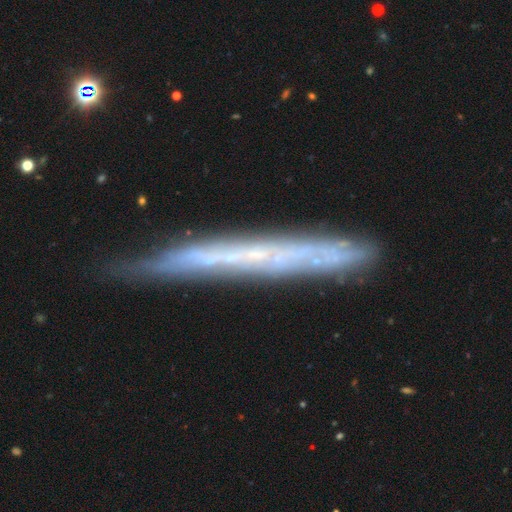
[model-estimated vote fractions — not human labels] A featured or disk galaxy (66%) viewed edge-on (87%) with no central bulge (87%). Merging: none (77%).